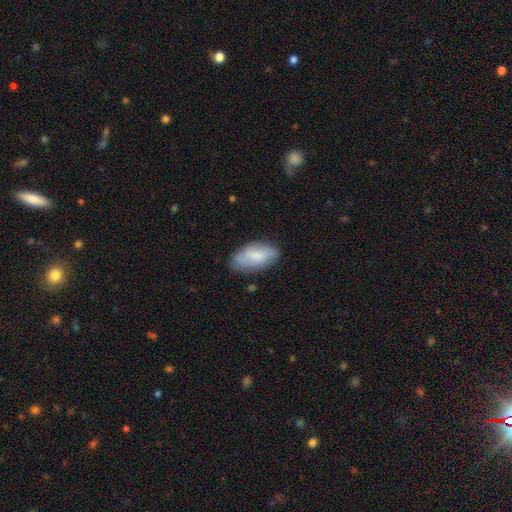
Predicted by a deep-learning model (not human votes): This is likely a smooth galaxy (71%). How rounded: clearly in between (92%). Merging: likely none (74%).